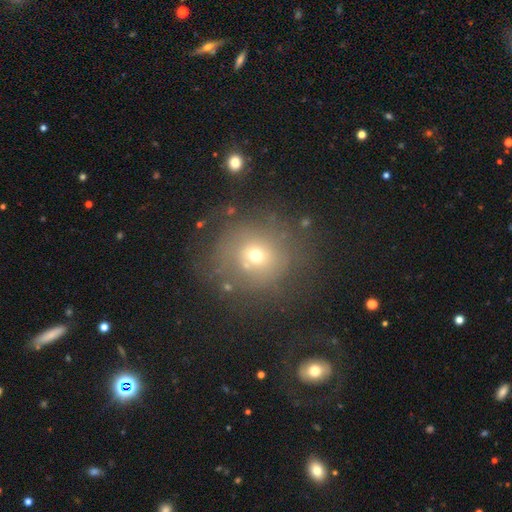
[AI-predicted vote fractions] smooth_or_featured: smooth (p=0.58) [alt: featured or disk p=0.23]
how_rounded: round (p=0.88) [alt: in between p=0.11]
merging: none (p=0.66) [alt: minor disturbance p=0.16]